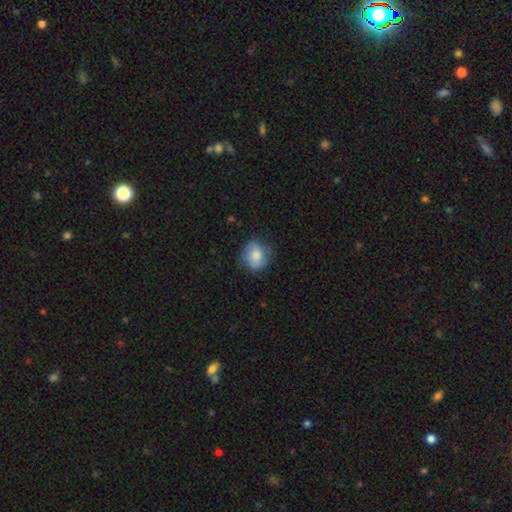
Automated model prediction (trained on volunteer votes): The model was most divided on "how rounded": round: 66%, in between: 33%, cigar-shaped: 1%. More confident: smooth or featured — smooth (77%); merging — none (68%).